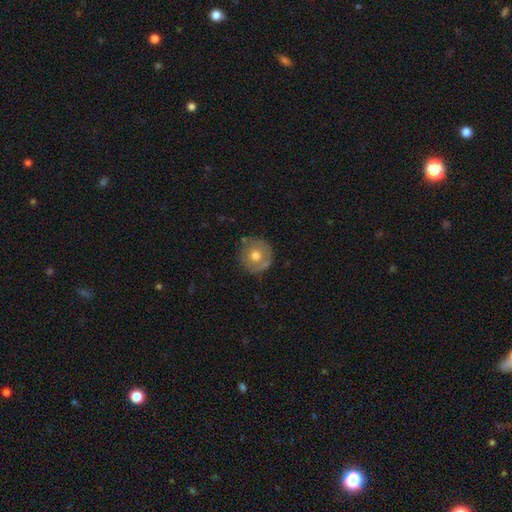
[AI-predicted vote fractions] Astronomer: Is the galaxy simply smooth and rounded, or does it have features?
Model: smooth — 59%.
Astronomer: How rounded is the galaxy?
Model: round — 94%.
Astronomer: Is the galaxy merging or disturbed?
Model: none — 81%.